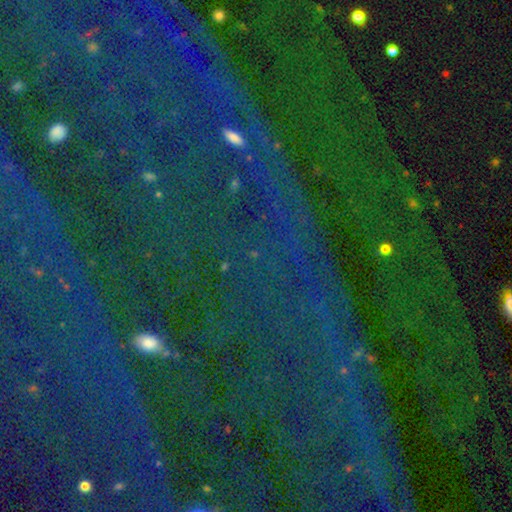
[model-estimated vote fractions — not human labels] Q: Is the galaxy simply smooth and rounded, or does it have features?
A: star or artifact — 85%.